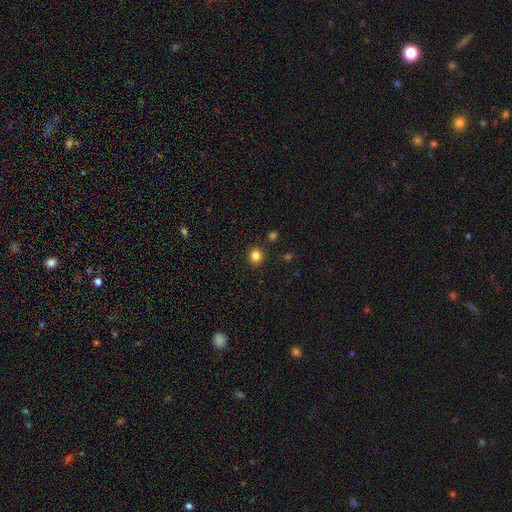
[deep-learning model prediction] smooth_or_featured: smooth (p=0.83) [alt: star or artifact p=0.13]
how_rounded: round (p=0.88) [alt: in between p=0.11]
merging: none (p=0.91) [alt: minor disturbance p=0.05]